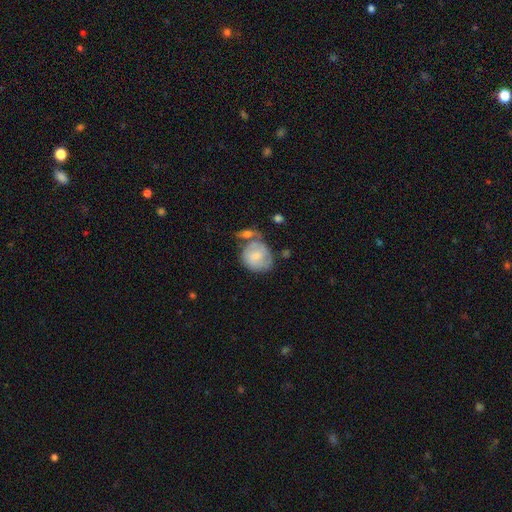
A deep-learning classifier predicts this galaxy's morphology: Smooth or featured: smooth — 57% (featured or disk — 36%)
How rounded: round — 70% (in between — 29%)
Merging: none — 37% (merger — 28%)